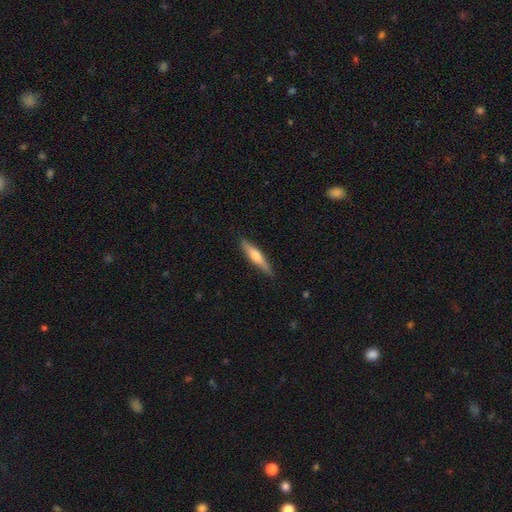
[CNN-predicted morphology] Q: Smooth or featured?
A: smooth (52%); runner-up: featured or disk (42%)
Q: How rounded?
A: cigar-shaped (86%); runner-up: in between (12%)
Q: Merging?
A: none (88%); runner-up: minor disturbance (9%)